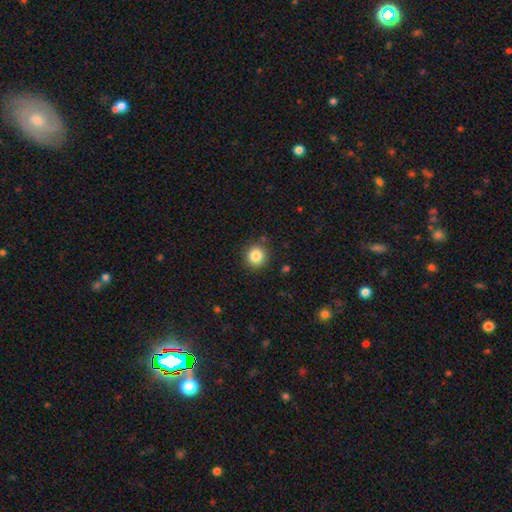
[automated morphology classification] smooth_or_featured: smooth (p=0.84) [alt: star or artifact p=0.11]
how_rounded: round (p=0.92) [alt: in between p=0.08]
merging: none (p=0.87) [alt: minor disturbance p=0.09]